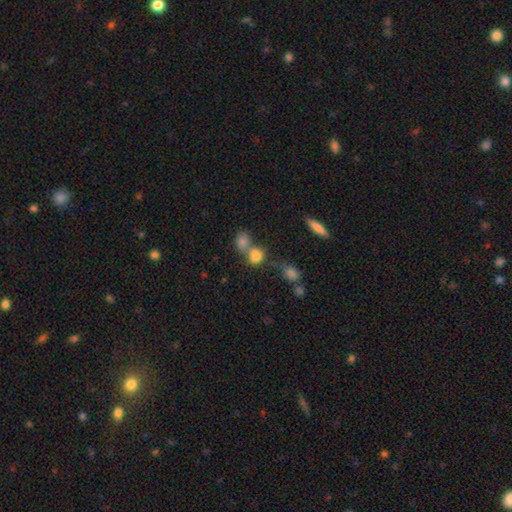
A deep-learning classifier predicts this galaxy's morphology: type=smooth (78%); roundness=round (60%); merging=merger (53%).